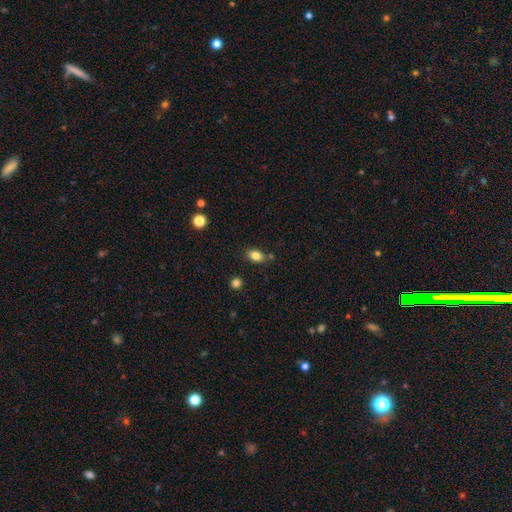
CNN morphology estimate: Smooth or featured? smooth (83%)
How rounded? in between (80%)
Merging? none (79%)